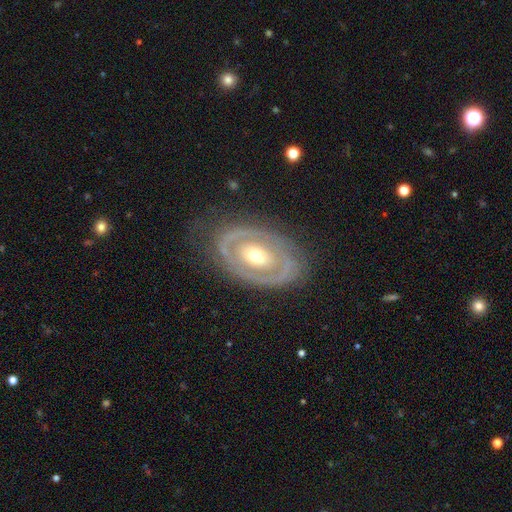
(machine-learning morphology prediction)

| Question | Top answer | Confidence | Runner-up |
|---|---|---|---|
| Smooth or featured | featured or disk | 75% | smooth (20%) |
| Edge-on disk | no | 93% | yes (7%) |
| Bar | no | 75% | weak (16%) |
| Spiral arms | no | 54% | yes (46%) |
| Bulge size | moderate | 58% | small (34%) |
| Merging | none | 76% | minor disturbance (15%) |